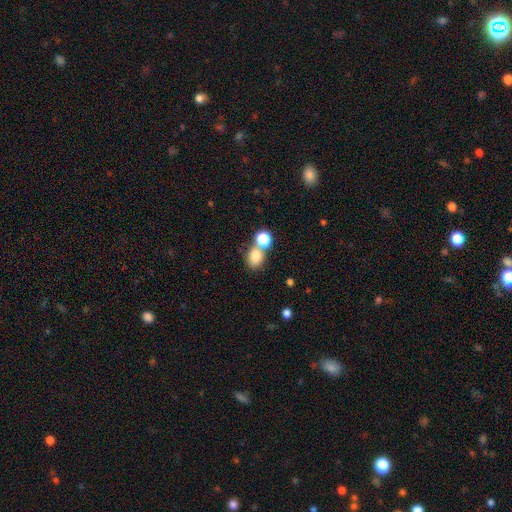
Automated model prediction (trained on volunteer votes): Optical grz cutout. It shows a smooth galaxy with no disk features (78%) that is round (56%). Merging: none (52%).